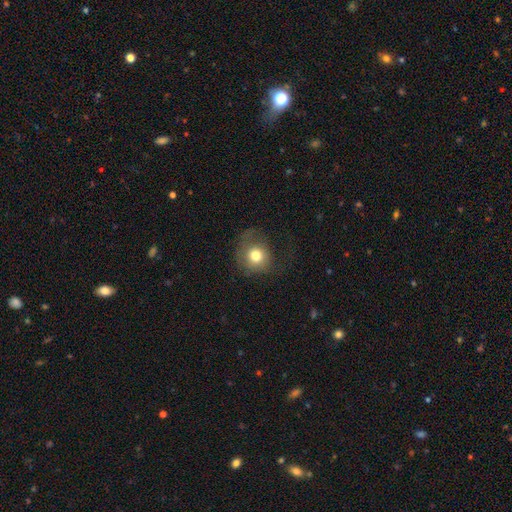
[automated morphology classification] smooth 74%, featured or disk 15%, star or artifact 11%. Down the decision tree: how rounded — round (84%); merging — none (49%).